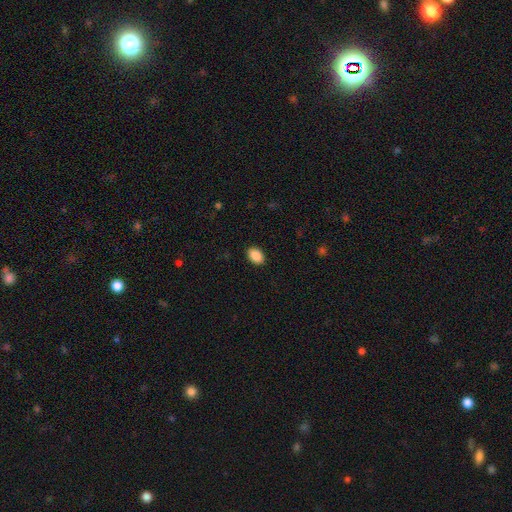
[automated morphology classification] Smooth or featured? smooth (89%)
How rounded? in between (80%)
Merging? none (90%)